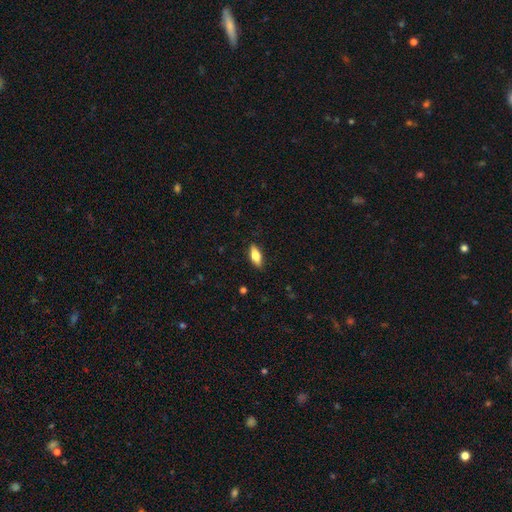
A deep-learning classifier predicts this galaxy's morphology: Smooth or featured?
  - smooth: 73% *
  - featured or disk: 21%
  - star or artifact: 6%
How rounded?
  - in between: 76% *
  - cigar-shaped: 21%
  - round: 3%
Merging?
  - none: 87% *
  - minor disturbance: 10%
  - major disturbance: 2%
  - merger: 1%